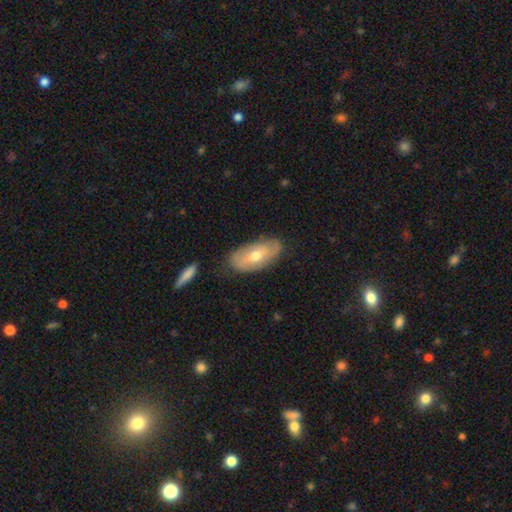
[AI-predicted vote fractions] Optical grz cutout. It shows a featured or disk galaxy (52%). Merging: none (74%).